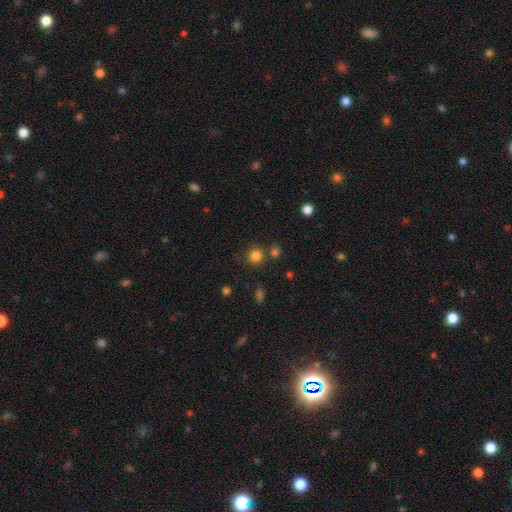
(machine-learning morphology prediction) A smooth galaxy with no disk features (81%) that is round (92%).

Vote fractions:
- Smooth or featured? smooth: 81% / star or artifact: 14% / featured or disk: 5%
- How rounded? round: 92% / in between: 7% / cigar-shaped: 1%
- Merging? none: 77% / merger: 12% / minor disturbance: 8% / major disturbance: 3%